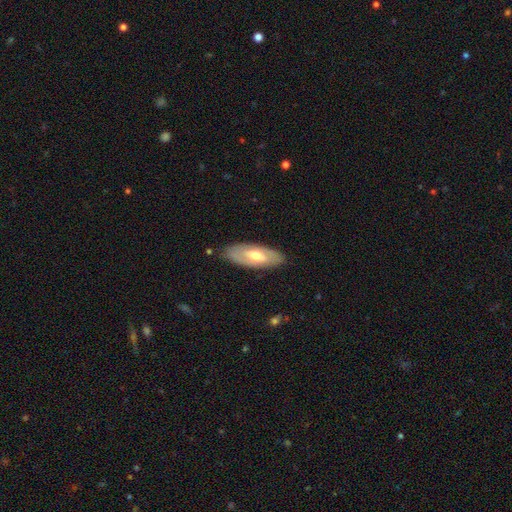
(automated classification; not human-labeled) featured or disk 52%, smooth 43%, star or artifact 5%. Down the decision tree: edge-on disk — no (77%); merging — none (84%).